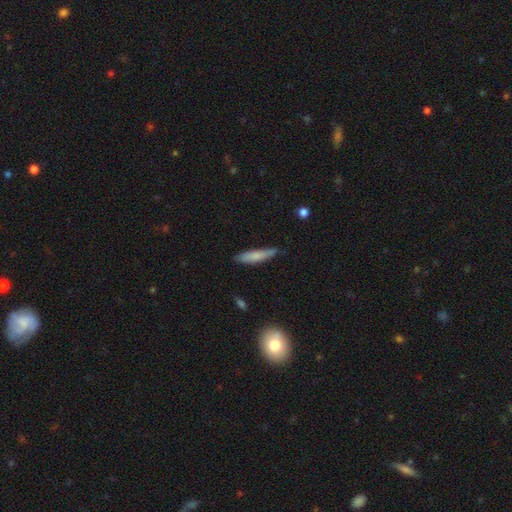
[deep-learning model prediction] This is likely a smooth galaxy (75%). How rounded: clearly cigar-shaped (86%). Merging: likely none (75%).